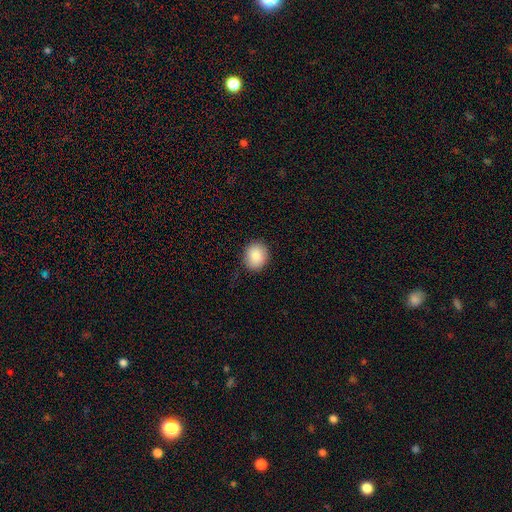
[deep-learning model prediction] smooth-or-featured: smooth: 88% | star or artifact: 8% | featured or disk: 5%
  how-rounded: round: 71% | in between: 29% | cigar-shaped: 1%
  merging: none: 87% | minor disturbance: 10% | major disturbance: 2% | merger: 1%